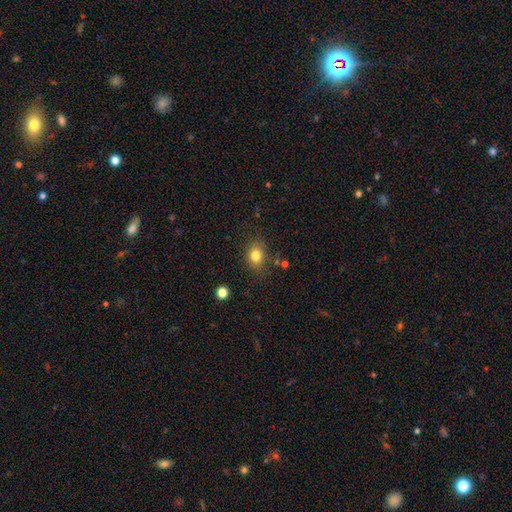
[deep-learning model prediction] This appears to be a smooth galaxy with no disk features (80%) that is in between round and cigar-shaped (58%). Merging: none (78%).